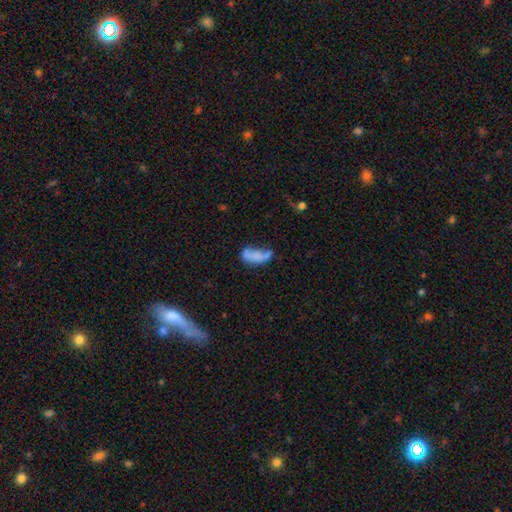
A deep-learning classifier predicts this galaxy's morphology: A smooth galaxy with no disk features (62%) that is in between round and cigar-shaped (83%).

Vote fractions:
- Smooth or featured? smooth: 62% / featured or disk: 27% / star or artifact: 11%
- How rounded? in between: 83% / cigar-shaped: 13% / round: 4%
- Merging? major disturbance: 32% / none: 25% / minor disturbance: 24% / merger: 19%